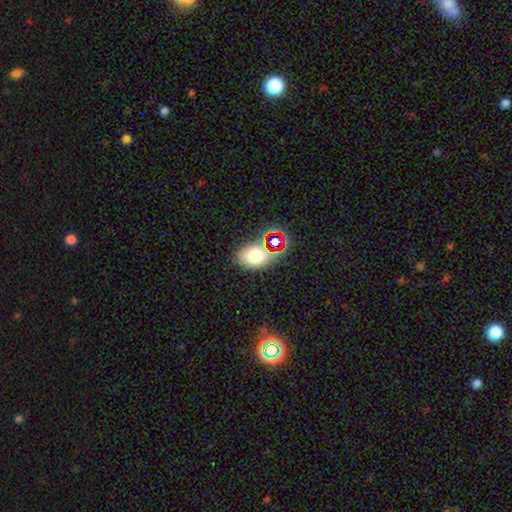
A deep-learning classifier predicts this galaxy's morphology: Smooth or featured? smooth (65%)
How rounded? in between (71%)
Merging? none (54%)